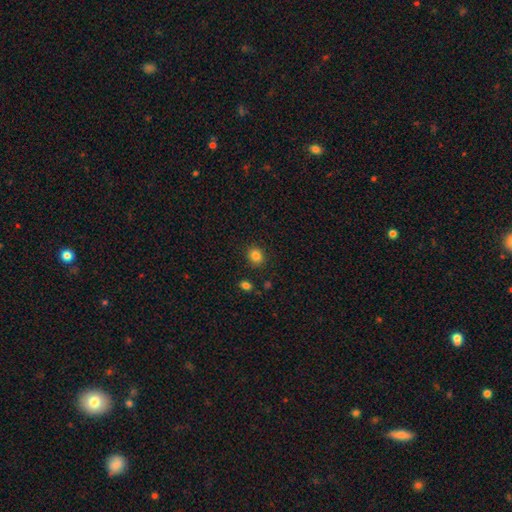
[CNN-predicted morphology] The model was most divided on "how rounded": round: 67%, in between: 32%, cigar-shaped: 1%. More confident: merging — none (88%); smooth or featured — smooth (84%).